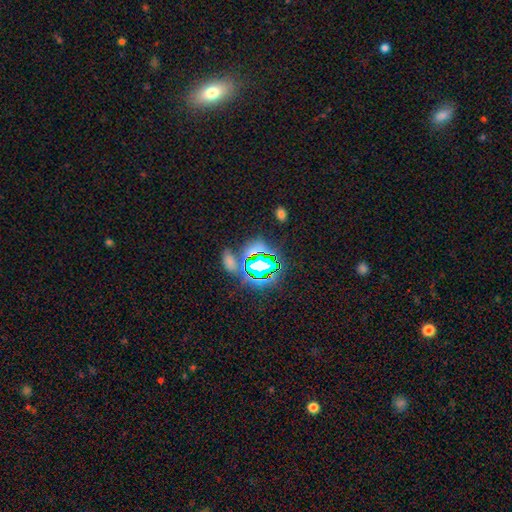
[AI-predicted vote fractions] This appears to be a star or artifact, not a galaxy (63%).